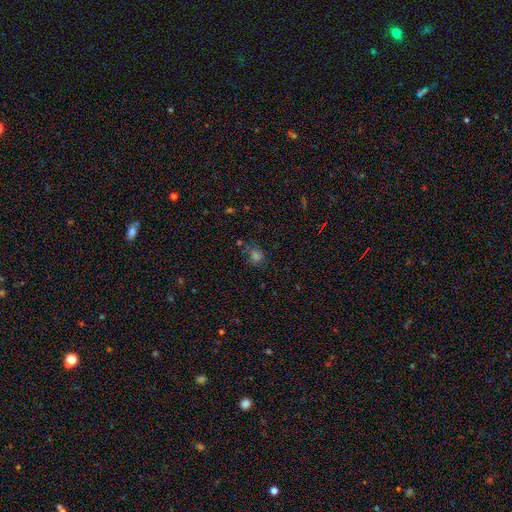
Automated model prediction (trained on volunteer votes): A smooth galaxy with no disk features (56%) that is round (71%).

Vote fractions:
- Smooth or featured? smooth: 56% / star or artifact: 35% / featured or disk: 9%
- How rounded? round: 71% / in between: 28% / cigar-shaped: 2%
- Merging? none: 67% / minor disturbance: 18% / major disturbance: 8% / merger: 7%